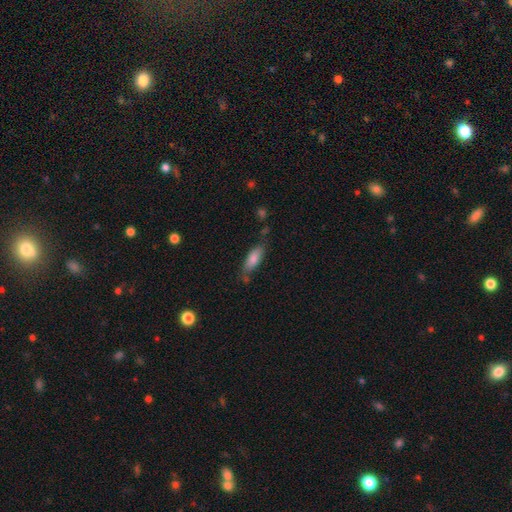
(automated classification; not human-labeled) Q: Smooth or featured?
A: smooth (64%); runner-up: featured or disk (25%)
Q: How rounded?
A: in between (54%); runner-up: cigar-shaped (43%)
Q: Merging?
A: none (69%); runner-up: minor disturbance (20%)